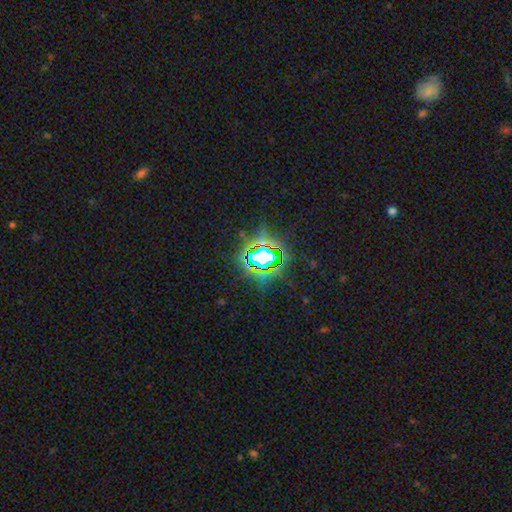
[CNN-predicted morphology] smooth-or-featured: star or artifact: 82% | smooth: 11% | featured or disk: 6%